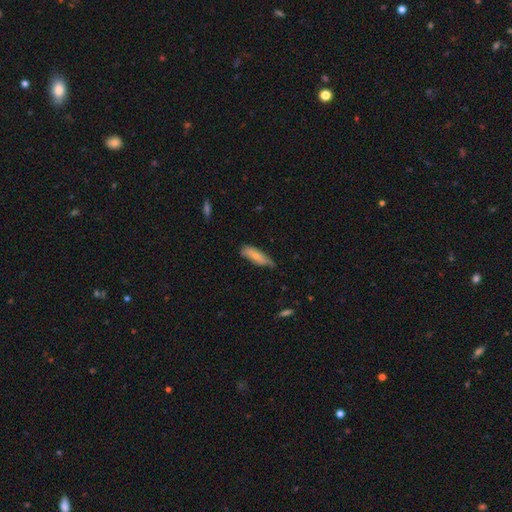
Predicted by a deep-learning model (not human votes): Smooth or featured?
  - smooth: 76% *
  - featured or disk: 18%
  - star or artifact: 6%
How rounded?
  - in between: 50% *
  - cigar-shaped: 48%
  - round: 2%
Merging?
  - none: 54% *
  - minor disturbance: 37%
  - major disturbance: 7%
  - merger: 2%